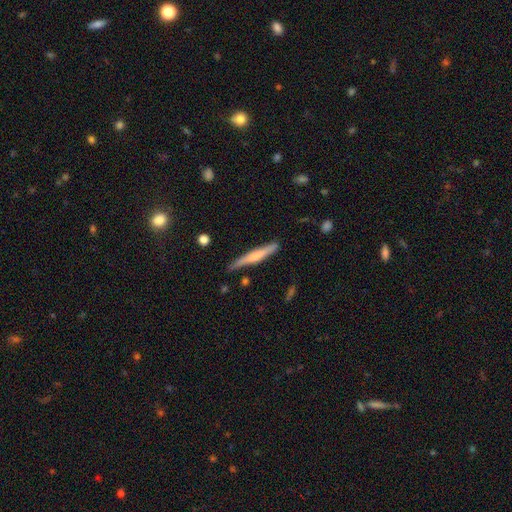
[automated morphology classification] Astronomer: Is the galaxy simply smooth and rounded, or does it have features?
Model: featured or disk — 49% (runner-up: smooth, 45%).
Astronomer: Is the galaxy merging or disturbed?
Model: none — 83%.